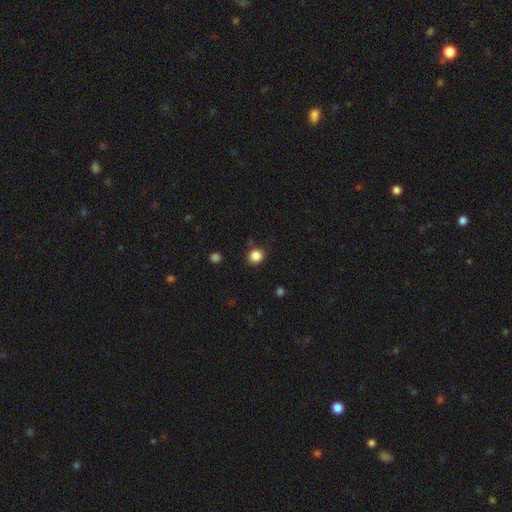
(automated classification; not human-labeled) smooth_or_featured: smooth (p=0.86) [alt: star or artifact p=0.11]
how_rounded: round (p=0.81) [alt: in between p=0.18]
merging: none (p=0.86) [alt: minor disturbance p=0.09]